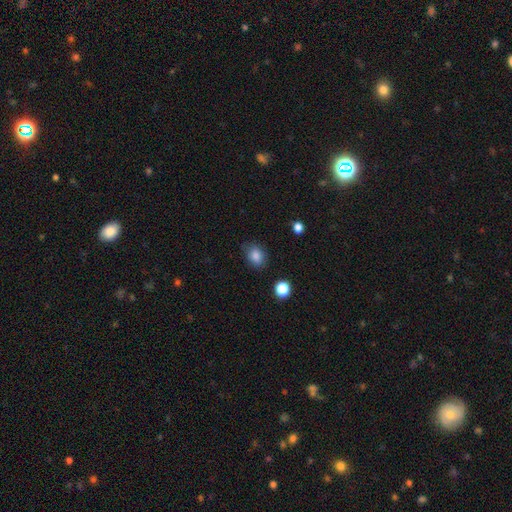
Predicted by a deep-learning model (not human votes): A smooth galaxy with no disk features (84%) that is in between round and cigar-shaped (52%).

Vote fractions:
- Smooth or featured? smooth: 84% / star or artifact: 10% / featured or disk: 5%
- How rounded? in between: 52% / round: 47% / cigar-shaped: 1%
- Merging? none: 78% / minor disturbance: 16% / major disturbance: 4% / merger: 2%